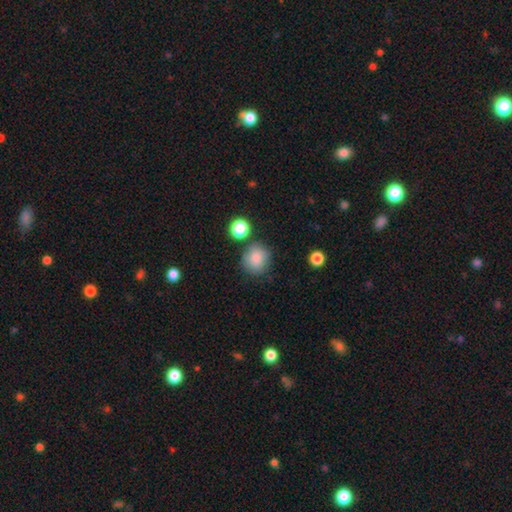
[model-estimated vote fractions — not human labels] Smooth or featured: smooth — 86% (star or artifact — 9%)
How rounded: round — 82% (in between — 17%)
Merging: none — 76% (minor disturbance — 13%)